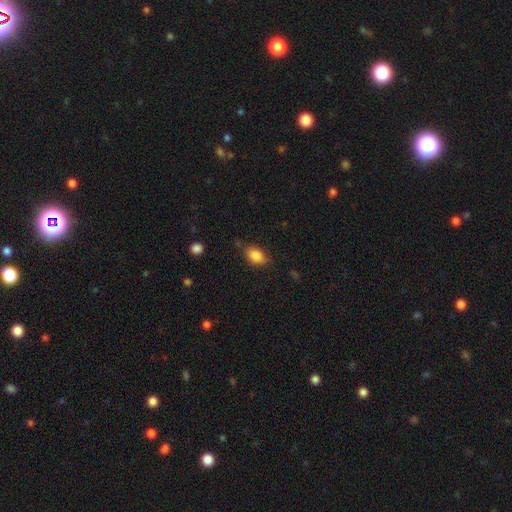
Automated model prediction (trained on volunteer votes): Smooth or featured: smooth — 84% (star or artifact — 9%)
How rounded: in between — 80% (round — 18%)
Merging: none — 75% (minor disturbance — 19%)